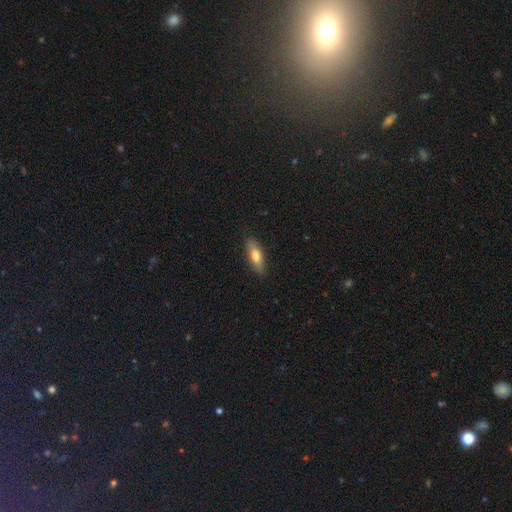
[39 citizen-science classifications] This appears to be a smooth galaxy with no disk features (72%) that is cigar-shaped (61%). Merging: none (83%).